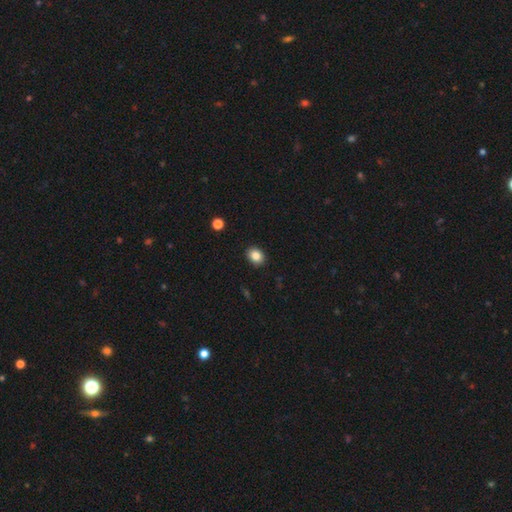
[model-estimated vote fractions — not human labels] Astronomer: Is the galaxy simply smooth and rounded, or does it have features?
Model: smooth — 85%.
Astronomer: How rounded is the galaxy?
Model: in between — 59% (runner-up: round, 40%).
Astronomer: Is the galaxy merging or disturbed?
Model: none — 90%.